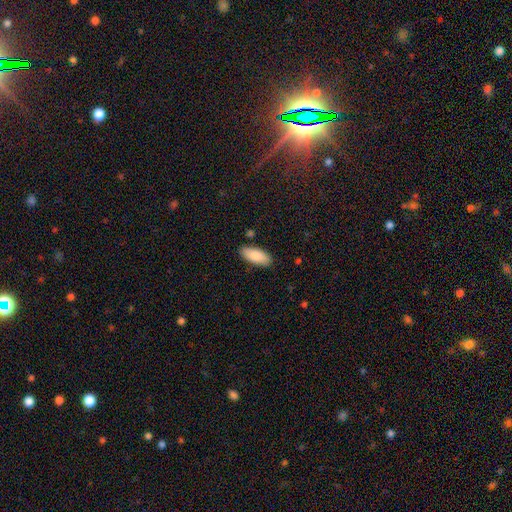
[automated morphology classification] type=smooth (87%); roundness=in between (84%); merging=none (86%).